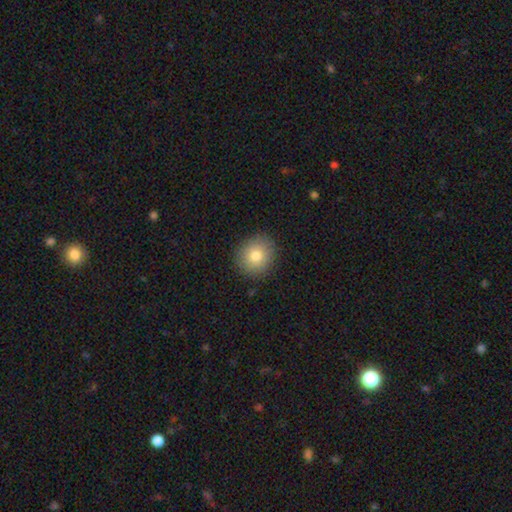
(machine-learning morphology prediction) Smooth or featured?
  - smooth: 80% *
  - star or artifact: 10%
  - featured or disk: 10%
How rounded?
  - round: 85% *
  - in between: 14%
  - cigar-shaped: 1%
Merging?
  - none: 90% *
  - minor disturbance: 7%
  - major disturbance: 2%
  - merger: 1%